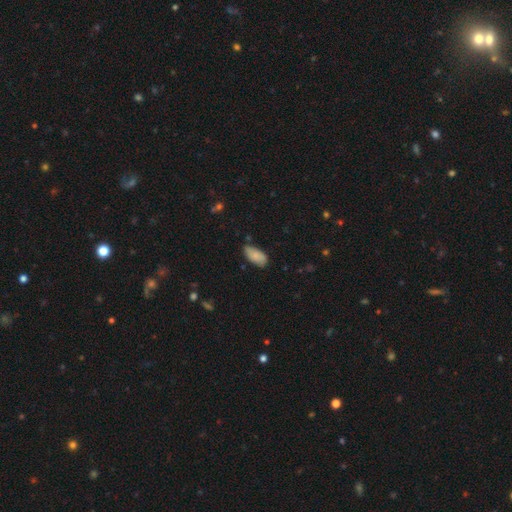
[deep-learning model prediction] A smooth galaxy with no disk features (83%) that is in between round and cigar-shaped (91%).

Vote fractions:
- Smooth or featured? smooth: 83% / featured or disk: 10% / star or artifact: 7%
- How rounded? in between: 91% / cigar-shaped: 7% / round: 2%
- Merging? none: 70% / minor disturbance: 24% / major disturbance: 3% / merger: 2%